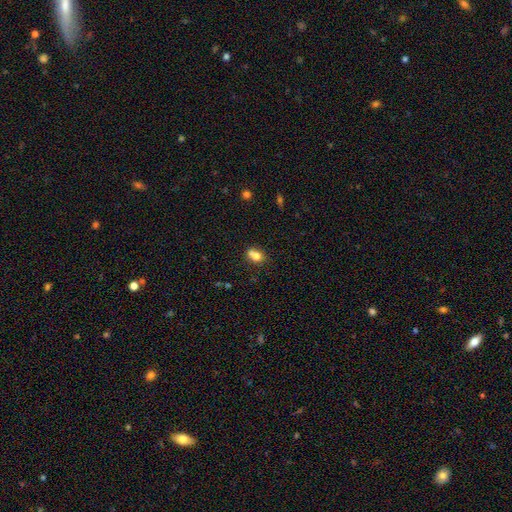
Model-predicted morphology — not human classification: A smooth galaxy with no disk features (74%) that is round (56%).

Vote fractions:
- Smooth or featured? smooth: 74% / featured or disk: 15% / star or artifact: 11%
- How rounded? round: 56% / in between: 42% / cigar-shaped: 1%
- Merging? merger: 49% / none: 36% / minor disturbance: 11% / major disturbance: 4%